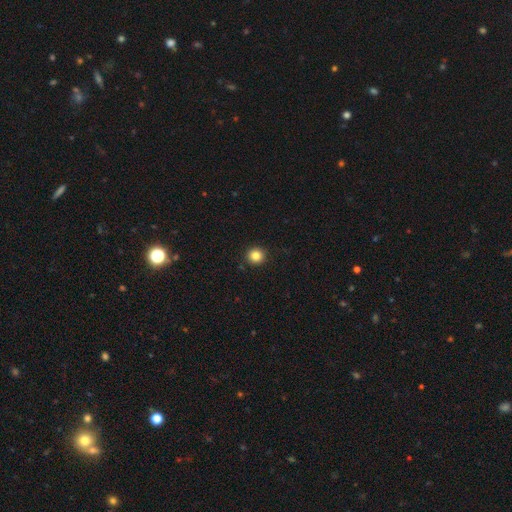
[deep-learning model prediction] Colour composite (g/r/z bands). It shows a smooth galaxy with no disk features (84%) that is round (94%). Merging: none (93%).